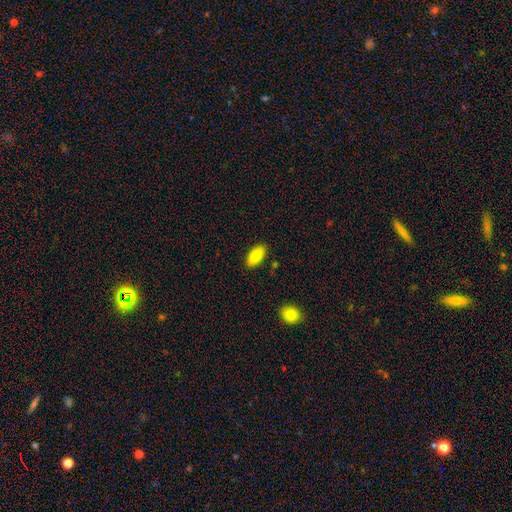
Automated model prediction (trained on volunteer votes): The model was most divided on "smooth or featured": smooth: 83%, featured or disk: 10%, star or artifact: 7%. More confident: how rounded — in between (91%); merging — none (87%).